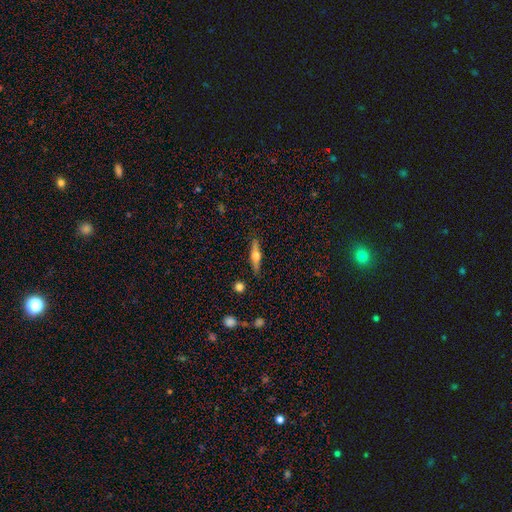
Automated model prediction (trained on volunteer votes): smooth-or-featured: featured or disk: 59% | smooth: 35% | star or artifact: 7%
  disk-edge-on: yes: 96% | no: 4%
    edge-on-bulge: rounded: 92% | boxy: 5% | none: 3%
  merging: none: 87% | minor disturbance: 9% | major disturbance: 2% | merger: 2%